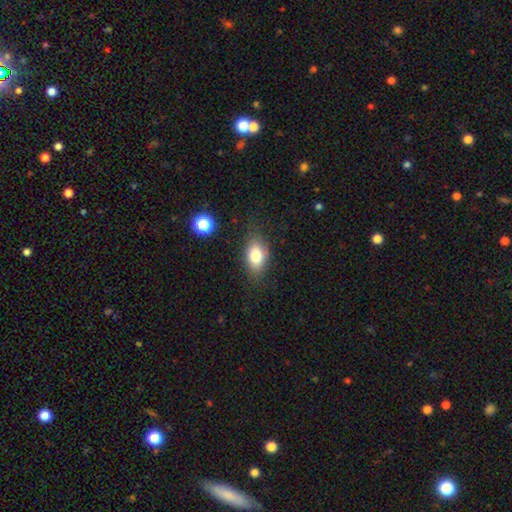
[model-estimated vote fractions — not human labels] Smooth or featured?
  - smooth: 77% *
  - featured or disk: 14%
  - star or artifact: 9%
How rounded?
  - in between: 85% *
  - round: 11%
  - cigar-shaped: 3%
Merging?
  - none: 75% *
  - minor disturbance: 18%
  - major disturbance: 5%
  - merger: 2%